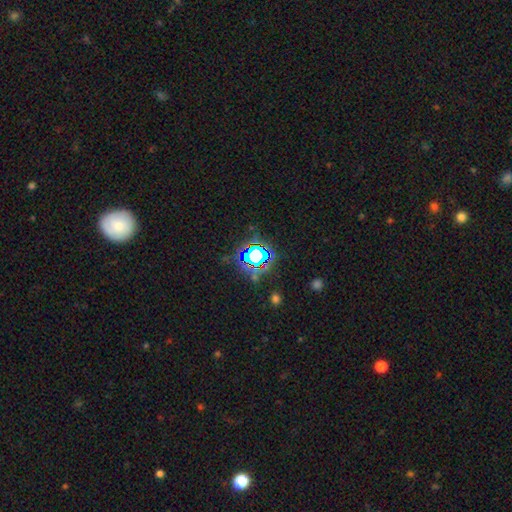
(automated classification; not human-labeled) Overall: star or artifact (69%).